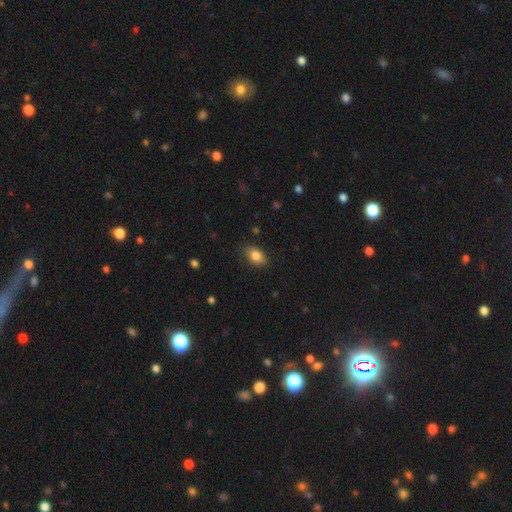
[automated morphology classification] The model was most divided on "merging": none: 85%, minor disturbance: 11%, major disturbance: 3%, merger: 1%. More confident: how rounded — in between (89%); smooth or featured — smooth (84%).